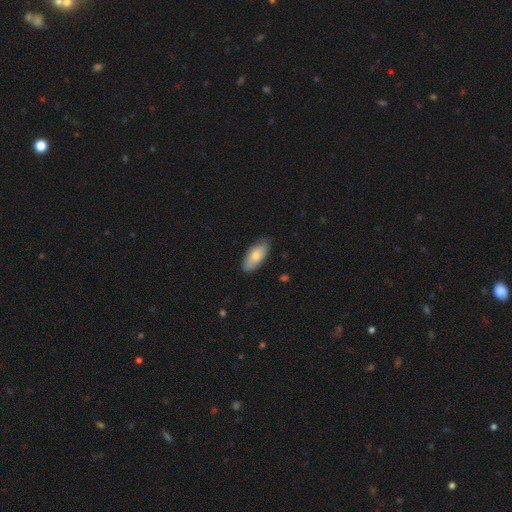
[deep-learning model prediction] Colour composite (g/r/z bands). It shows a smooth galaxy with no disk features (77%) that is in between round and cigar-shaped (88%). Merging: none (78%).